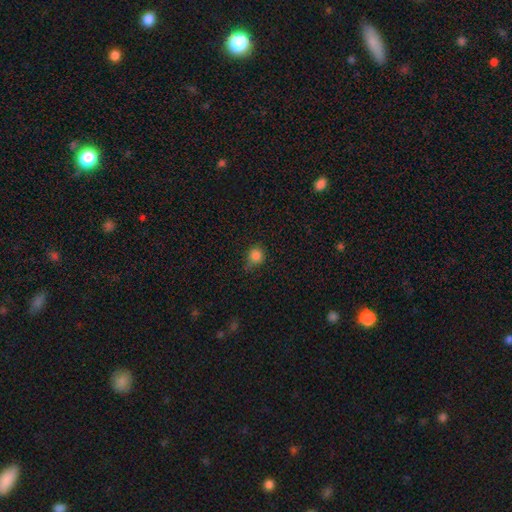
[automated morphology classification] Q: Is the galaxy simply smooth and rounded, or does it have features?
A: smooth — 83%.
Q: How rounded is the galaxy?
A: round — 83%.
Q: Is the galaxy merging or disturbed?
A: none — 60%.